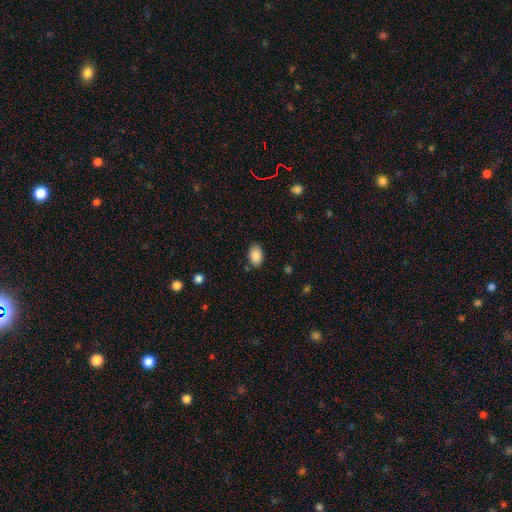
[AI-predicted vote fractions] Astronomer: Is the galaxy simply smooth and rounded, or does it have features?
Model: smooth — 89%.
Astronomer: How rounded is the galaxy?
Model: in between — 87%.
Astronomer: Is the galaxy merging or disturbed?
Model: none — 84%.